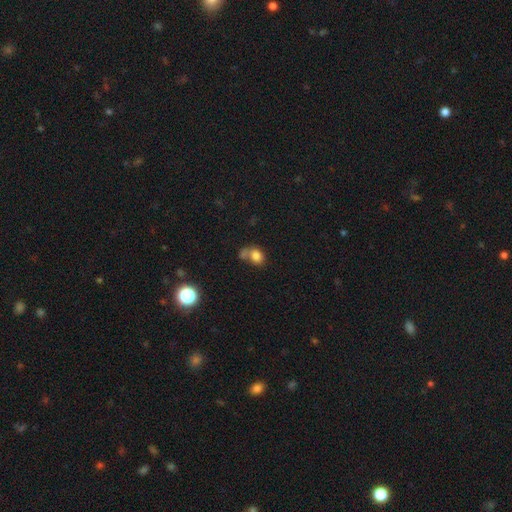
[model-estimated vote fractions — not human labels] smooth_or_featured: smooth (p=0.79) [alt: star or artifact p=0.11]
how_rounded: in between (p=0.50) [alt: round p=0.48]
merging: merger (p=0.40) [alt: none p=0.38]